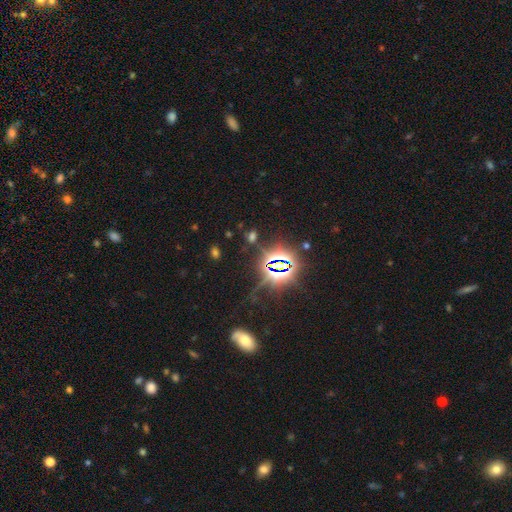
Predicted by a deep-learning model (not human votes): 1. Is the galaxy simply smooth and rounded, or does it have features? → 79% star or artifact, 13% smooth, 7% featured or disk.